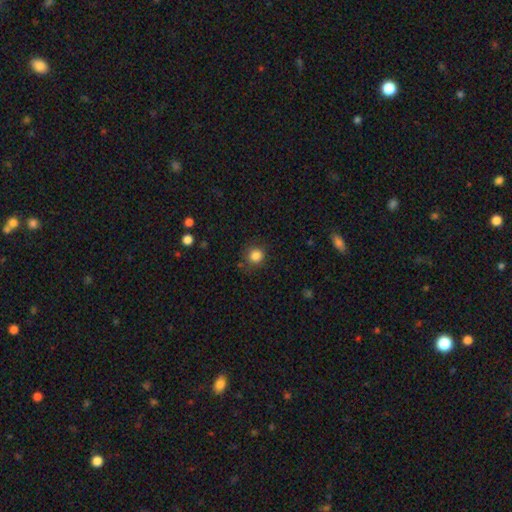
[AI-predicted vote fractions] Smooth or featured? Predicted: smooth (p=0.84). How rounded? Predicted: round (p=0.90). Merging? Predicted: none (p=0.82).